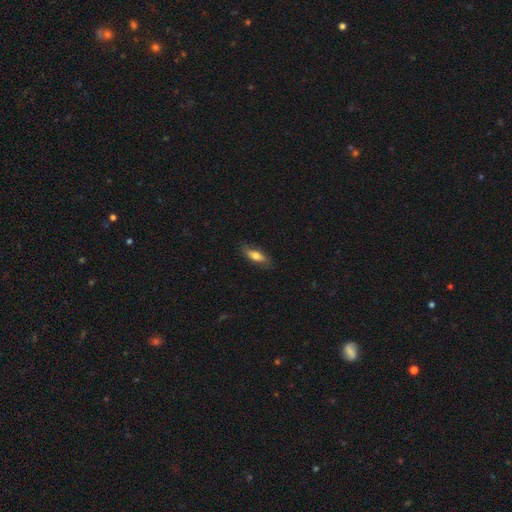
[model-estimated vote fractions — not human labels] Morphology: type=smooth (67%); roundness=in between (60%); merging=none (80%).